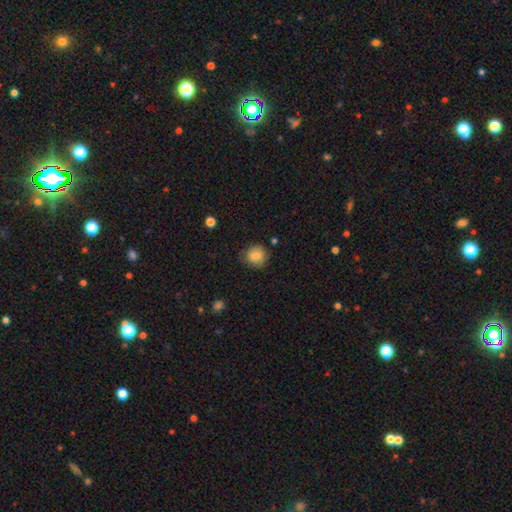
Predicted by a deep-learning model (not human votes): Smooth or featured?
  - smooth: 82% *
  - featured or disk: 9%
  - star or artifact: 9%
How rounded?
  - round: 80% *
  - in between: 19%
  - cigar-shaped: 1%
Merging?
  - none: 75% *
  - minor disturbance: 19%
  - major disturbance: 5%
  - merger: 2%